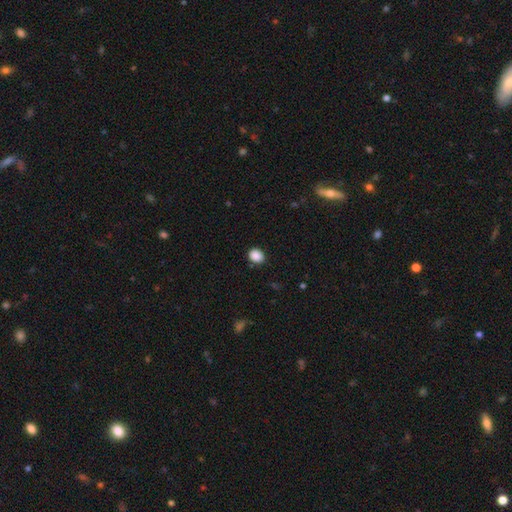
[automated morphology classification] smooth_or_featured: smooth (p=0.88) [alt: star or artifact p=0.09]
how_rounded: round (p=0.54) [alt: in between p=0.45]
merging: none (p=0.86) [alt: minor disturbance p=0.10]